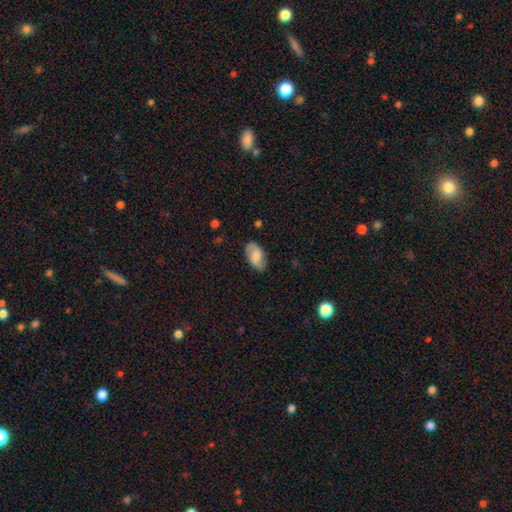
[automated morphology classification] smooth-or-featured: smooth: 69% | featured or disk: 24% | star or artifact: 7%
  how-rounded: in between: 94% | round: 4% | cigar-shaped: 2%
  merging: none: 77% | minor disturbance: 18% | major disturbance: 4% | merger: 1%